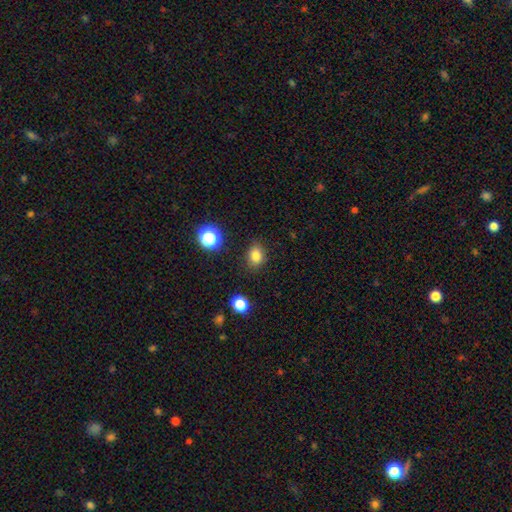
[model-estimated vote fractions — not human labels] The model was most divided on "how rounded": in between: 52%, round: 47%, cigar-shaped: 1%. More confident: merging — none (84%); smooth or featured — smooth (81%).